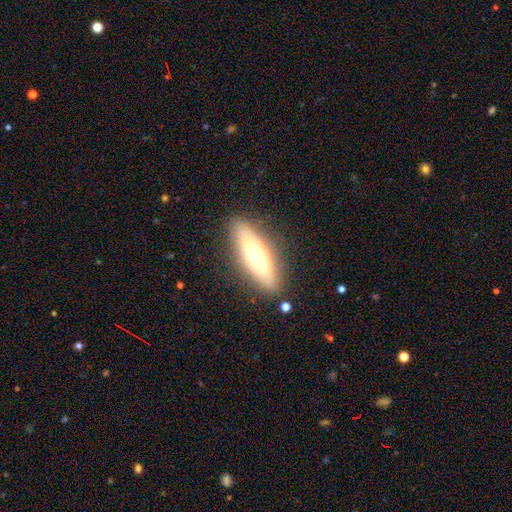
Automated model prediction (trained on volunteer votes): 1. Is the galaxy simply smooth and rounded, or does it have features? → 57% smooth, 36% featured or disk, 7% star or artifact.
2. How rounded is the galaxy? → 54% cigar-shaped, 43% in between, 2% round.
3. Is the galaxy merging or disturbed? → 85% none, 10% minor disturbance, 3% major disturbance, 2% merger.